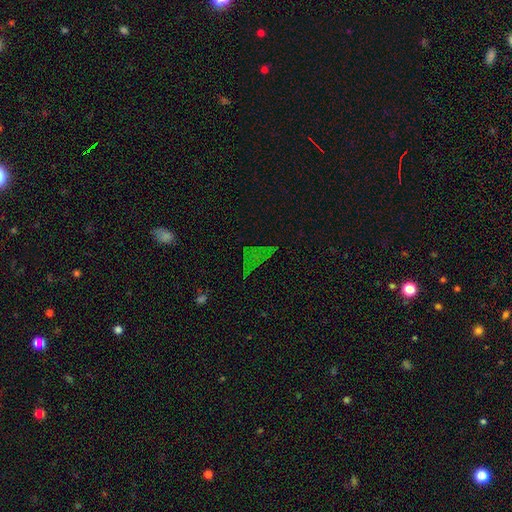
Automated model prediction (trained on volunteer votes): Morphology: type=star or artifact (55%).